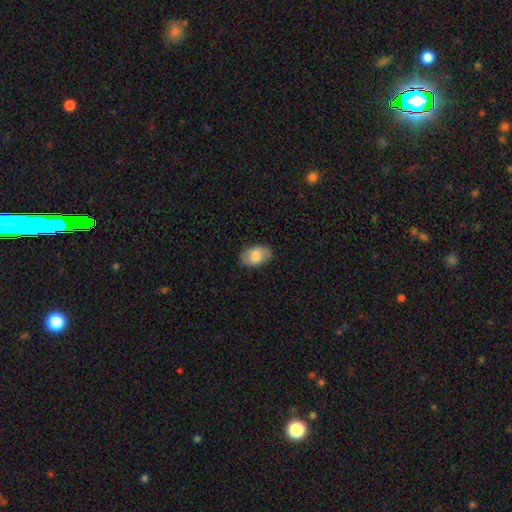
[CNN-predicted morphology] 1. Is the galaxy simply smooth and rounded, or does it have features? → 73% smooth, 20% featured or disk, 7% star or artifact.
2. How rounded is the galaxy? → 90% in between, 9% round, 1% cigar-shaped.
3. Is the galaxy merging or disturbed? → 85% none, 11% minor disturbance, 3% major disturbance, 1% merger.